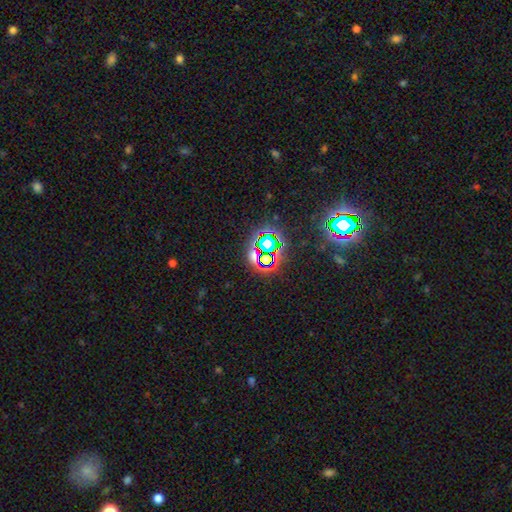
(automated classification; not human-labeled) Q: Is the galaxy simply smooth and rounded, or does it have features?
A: star or artifact — 72%.